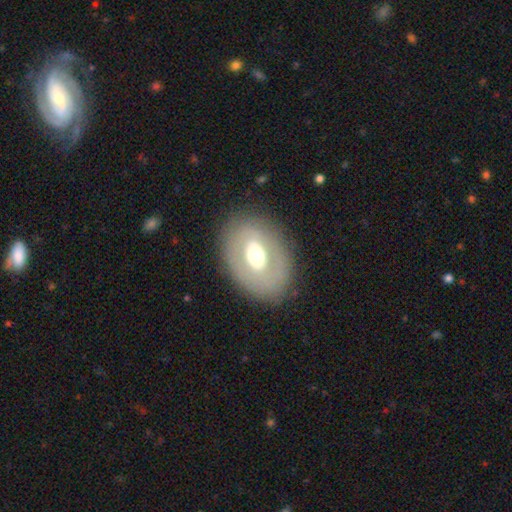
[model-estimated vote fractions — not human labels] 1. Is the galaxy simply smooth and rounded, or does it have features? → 49% featured or disk, 44% smooth, 7% star or artifact.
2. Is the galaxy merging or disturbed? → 82% none, 11% minor disturbance, 6% major disturbance, 1% merger.